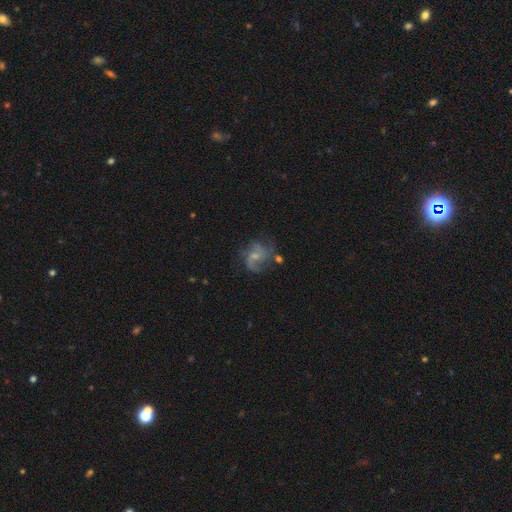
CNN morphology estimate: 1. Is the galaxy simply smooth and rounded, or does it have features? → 72% featured or disk, 19% smooth, 9% star or artifact.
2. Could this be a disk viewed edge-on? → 98% no, 2% yes.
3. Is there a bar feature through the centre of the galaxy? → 49% no, 44% weak, 7% strong.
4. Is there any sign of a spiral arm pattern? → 89% yes, 11% no.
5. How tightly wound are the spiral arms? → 47% loose, 41% medium, 12% tight.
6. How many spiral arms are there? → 55% 2, 15% can't tell, 12% 1, 12% 3, 3% 4, 3% more than 4.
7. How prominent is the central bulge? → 56% small, 26% moderate, 15% none, 2% large, 1% dominant.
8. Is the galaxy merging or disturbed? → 51% none, 22% minor disturbance, 21% major disturbance, 5% merger.